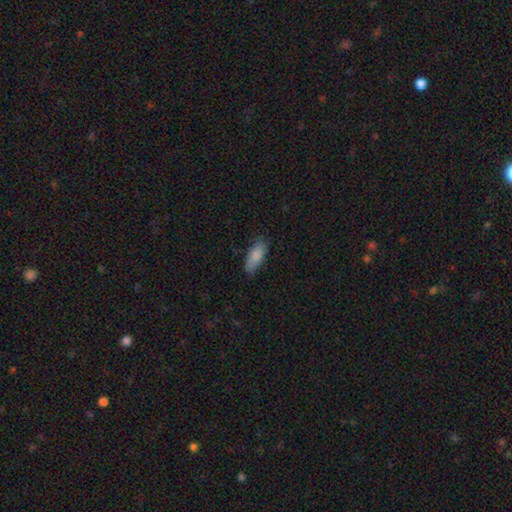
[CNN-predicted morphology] Overall: smooth (86%). How rounded: in between (76%). Merging: none (78%).